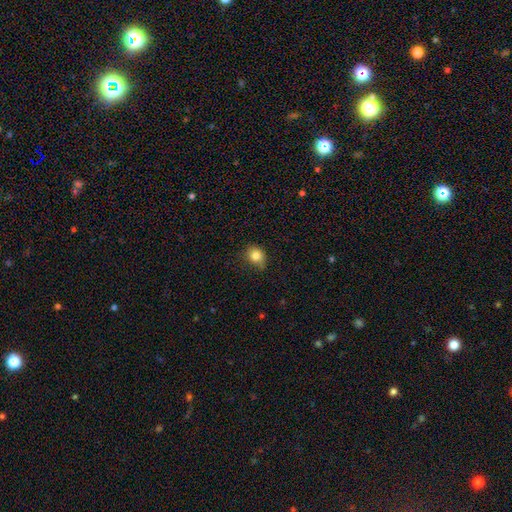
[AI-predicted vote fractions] A smooth galaxy with no disk features (83%) that is round (72%). Merging: none (63%).